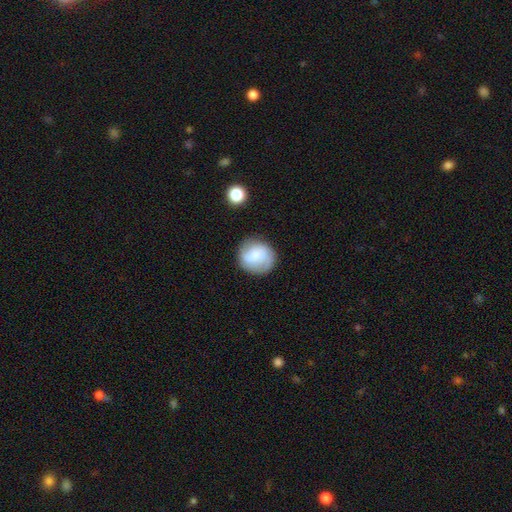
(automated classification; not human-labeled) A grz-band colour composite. It shows a featured or disk galaxy (58%) with no bar (58%), 2 (46%) medium (43%) spiral arms (92%) and a small central bulge (63%). Merging: none (78%).